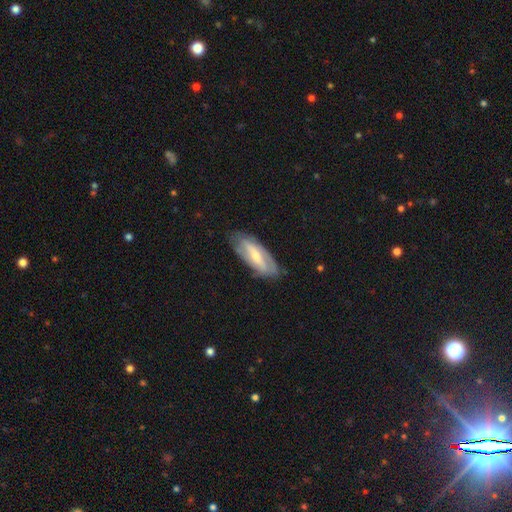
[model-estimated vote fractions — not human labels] A featured or disk galaxy (63%) with a strong bar (50%), spiral arms (66%) and a small central bulge (58%).

Vote fractions:
- Smooth or featured? featured or disk: 63% / smooth: 31% / star or artifact: 6%
- Edge-on disk? no: 79% / yes: 21%
- Bar? strong: 50% / weak: 30% / no: 20%
- Spiral arms? yes: 66% / no: 34%
- Bulge size? small: 58% / moderate: 36% / large: 2% / none: 2% / dominant: 1%
- Merging? none: 76% / minor disturbance: 18% / major disturbance: 5% / merger: 1%